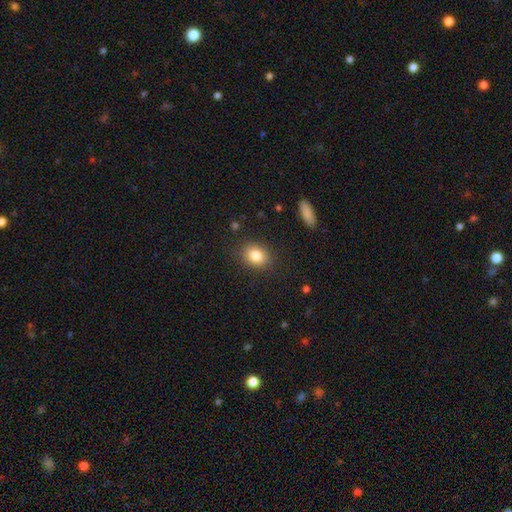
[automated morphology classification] A smooth galaxy with no disk features (84%) that is in between round and cigar-shaped (54%).

Vote fractions:
- Smooth or featured? smooth: 84% / star or artifact: 9% / featured or disk: 7%
- How rounded? in between: 54% / round: 45% / cigar-shaped: 1%
- Merging? none: 85% / minor disturbance: 10% / major disturbance: 3% / merger: 1%